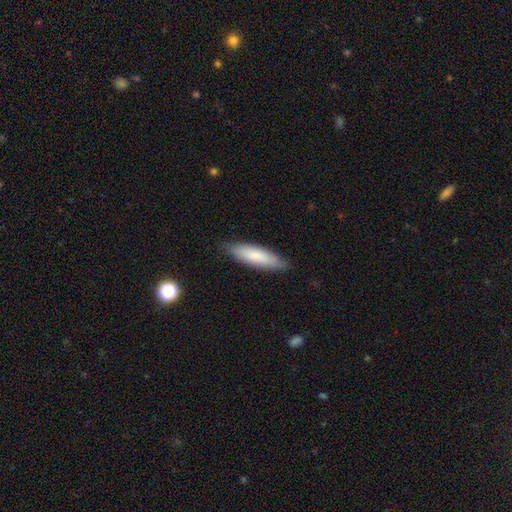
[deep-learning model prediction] Overall: smooth (80%). How rounded: cigar-shaped (64%; in between 35%). Merging: none (84%).